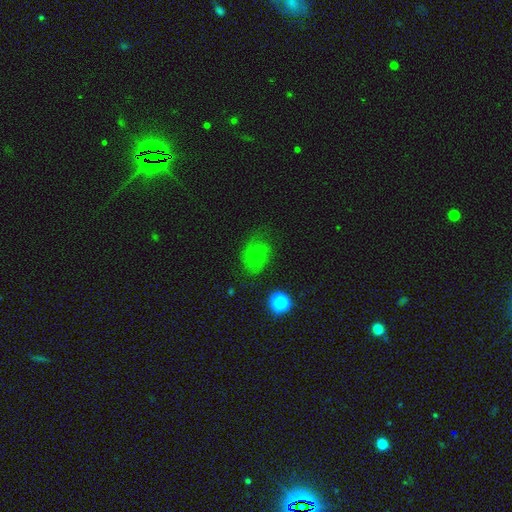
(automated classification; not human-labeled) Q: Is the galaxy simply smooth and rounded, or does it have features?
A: smooth — 61%.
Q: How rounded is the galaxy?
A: in between — 54%.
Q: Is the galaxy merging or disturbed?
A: none — 58%.